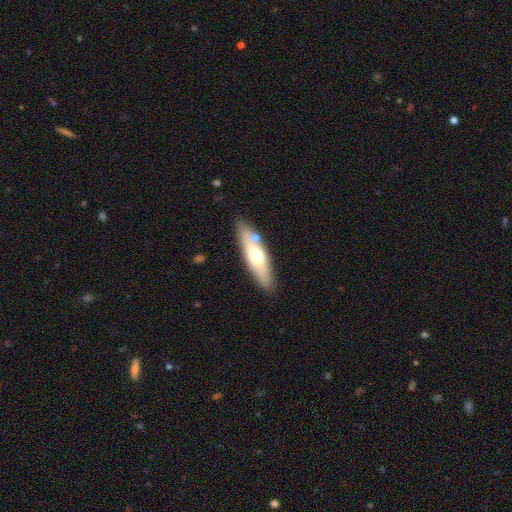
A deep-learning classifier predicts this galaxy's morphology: Smooth or featured: smooth — 53% (featured or disk — 41%)
How rounded: cigar-shaped — 62% (in between — 36%)
Merging: none — 82% (minor disturbance — 11%)